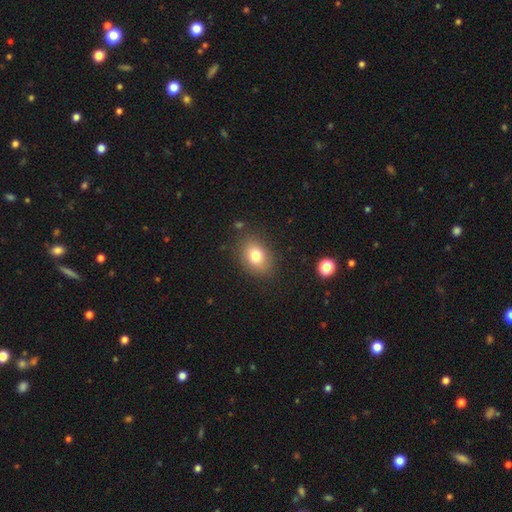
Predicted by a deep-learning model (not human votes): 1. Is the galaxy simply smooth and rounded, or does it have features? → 78% smooth, 11% featured or disk, 11% star or artifact.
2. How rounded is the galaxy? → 66% in between, 33% round, 1% cigar-shaped.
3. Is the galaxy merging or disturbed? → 82% none, 12% minor disturbance, 4% major disturbance, 2% merger.